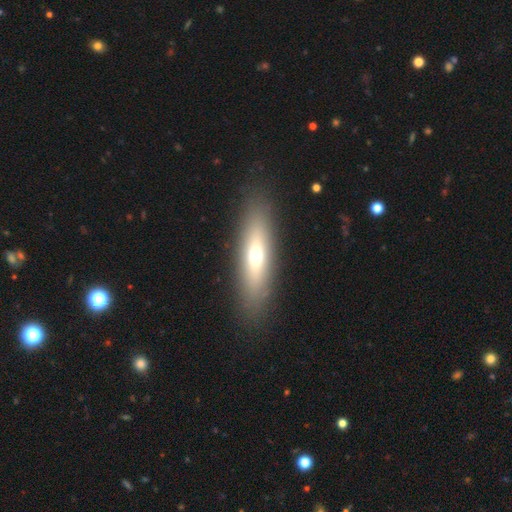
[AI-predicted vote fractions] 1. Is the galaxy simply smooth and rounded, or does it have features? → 56% smooth, 35% featured or disk, 8% star or artifact.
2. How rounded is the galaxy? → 54% cigar-shaped, 43% in between, 3% round.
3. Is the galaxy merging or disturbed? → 87% none, 8% minor disturbance, 3% major disturbance, 1% merger.